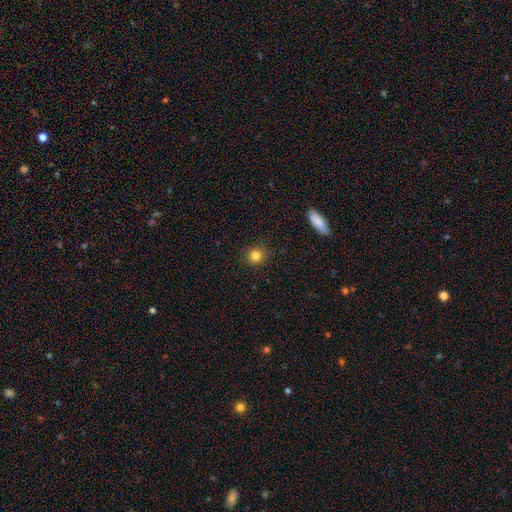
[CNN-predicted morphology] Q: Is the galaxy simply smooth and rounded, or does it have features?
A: smooth — 83%.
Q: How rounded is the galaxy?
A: round — 92%.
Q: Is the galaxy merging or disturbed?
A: none — 90%.